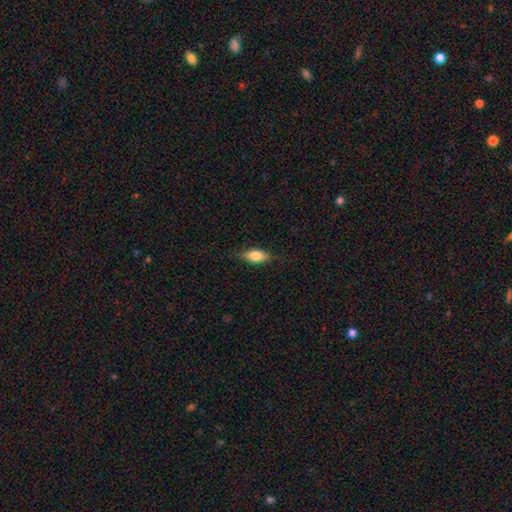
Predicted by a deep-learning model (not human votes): Q: Smooth or featured?
A: smooth (73%); runner-up: featured or disk (20%)
Q: How rounded?
A: in between (80%); runner-up: cigar-shaped (14%)
Q: Merging?
A: none (79%); runner-up: minor disturbance (16%)